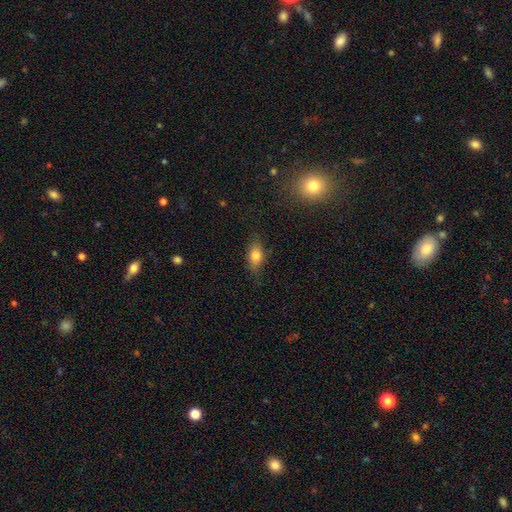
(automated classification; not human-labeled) A smooth galaxy with no disk features (75%) that is in between round and cigar-shaped (81%).

Vote fractions:
- Smooth or featured? smooth: 75% / featured or disk: 16% / star or artifact: 9%
- How rounded? in between: 81% / cigar-shaped: 11% / round: 8%
- Merging? none: 78% / minor disturbance: 17% / major disturbance: 4% / merger: 1%